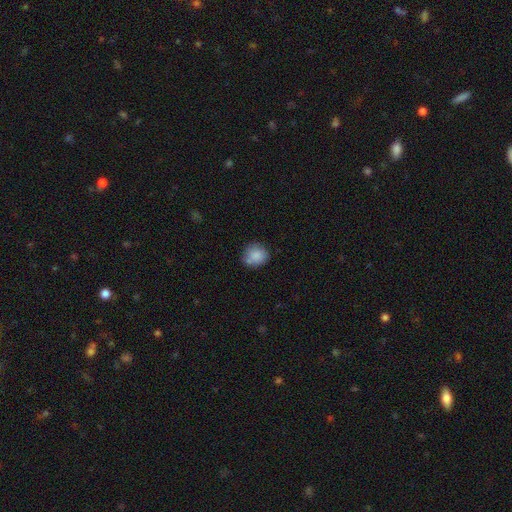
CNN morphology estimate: smooth 85%, star or artifact 8%, featured or disk 7%. Down the decision tree: how rounded — round (79%); merging — none (68%).